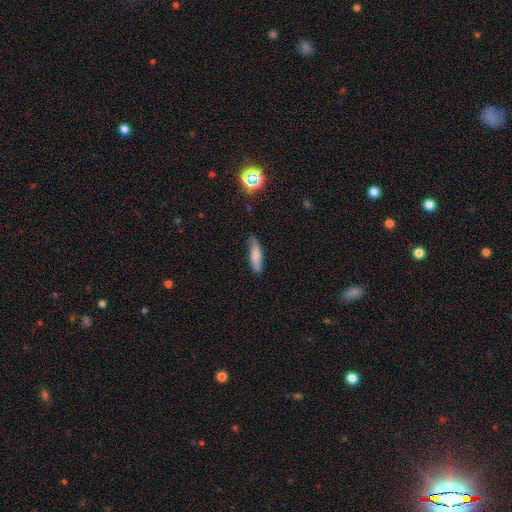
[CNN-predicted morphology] Smooth or featured: smooth — 70% (featured or disk — 23%)
How rounded: cigar-shaped — 69% (in between — 29%)
Merging: none — 74% (minor disturbance — 20%)